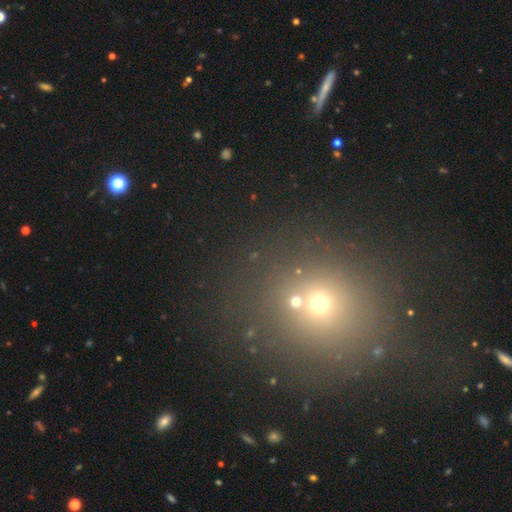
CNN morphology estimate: Smooth or featured? star or artifact (47%)